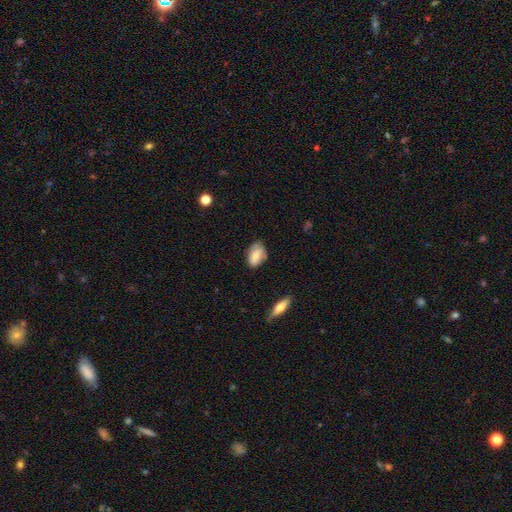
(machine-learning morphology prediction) smooth_or_featured: smooth (p=0.81) [alt: featured or disk p=0.12]
how_rounded: in between (p=0.88) [alt: round p=0.09]
merging: none (p=0.69) [alt: minor disturbance p=0.24]